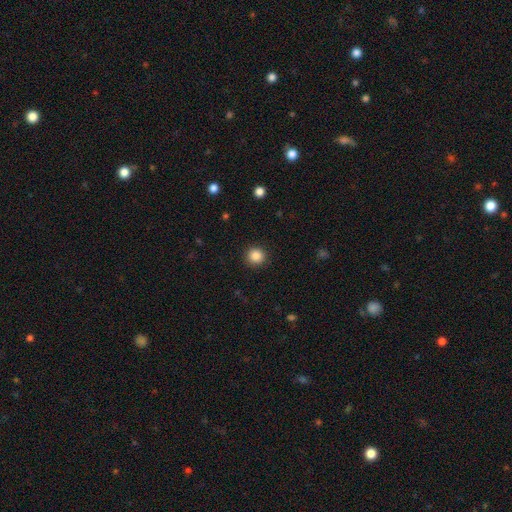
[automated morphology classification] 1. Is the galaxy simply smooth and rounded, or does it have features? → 87% smooth, 10% star or artifact, 3% featured or disk.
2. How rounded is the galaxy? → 94% round, 6% in between, 1% cigar-shaped.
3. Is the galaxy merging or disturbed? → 91% none, 6% minor disturbance, 2% major disturbance, 1% merger.